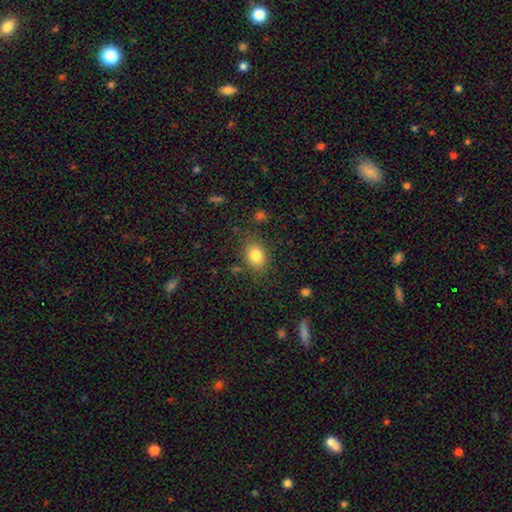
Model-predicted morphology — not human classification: Q: Smooth or featured?
A: smooth (81%); runner-up: star or artifact (10%)
Q: How rounded?
A: in between (64%); runner-up: round (35%)
Q: Merging?
A: none (80%); runner-up: minor disturbance (13%)